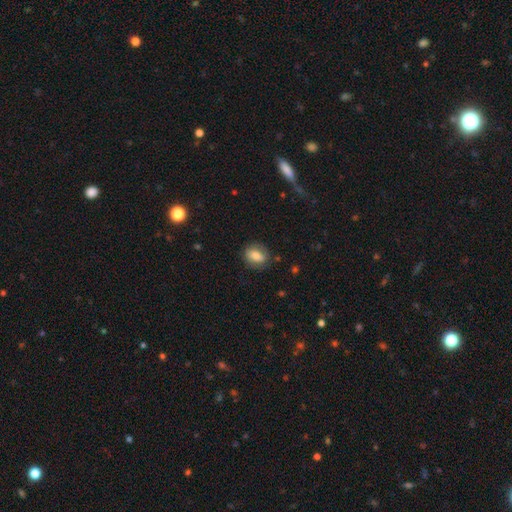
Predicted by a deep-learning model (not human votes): This appears to be a smooth galaxy with no disk features (72%) that is in between round and cigar-shaped (62%). Merging: none (77%).